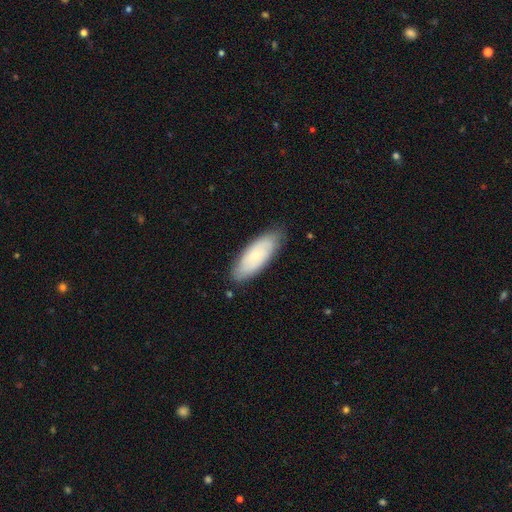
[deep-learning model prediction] This appears to be a smooth galaxy with no disk features (59%) that is in between round and cigar-shaped (72%). Merging: none (82%).